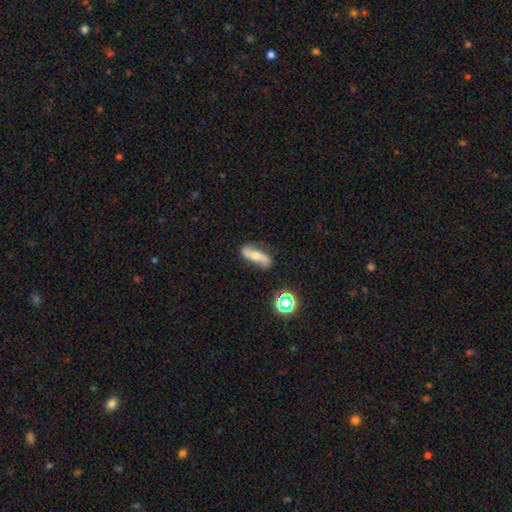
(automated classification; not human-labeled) Smooth or featured? Predicted: featured or disk (p=0.61). Edge-on disk? Predicted: no (p=0.84). Bar? Predicted: no (p=0.50). Spiral arms? Predicted: yes (p=0.89). Bulge size? Predicted: moderate (p=0.52). Merging? Predicted: none (p=0.76).